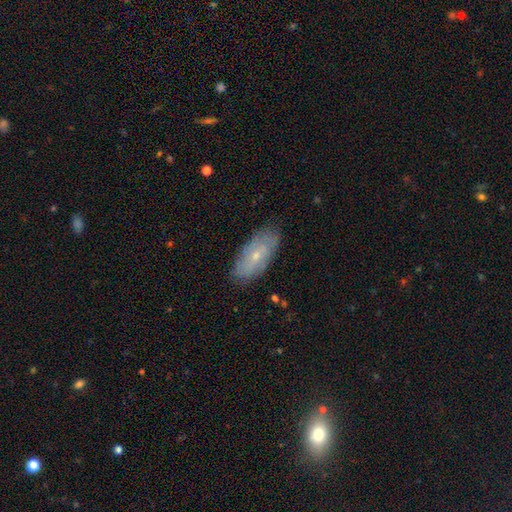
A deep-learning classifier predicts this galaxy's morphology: A featured or disk galaxy (48%).

Vote fractions:
- Smooth or featured? featured or disk: 48% / smooth: 44% / star or artifact: 8%
- Merging? none: 80% / minor disturbance: 16% / major disturbance: 3% / merger: 1%